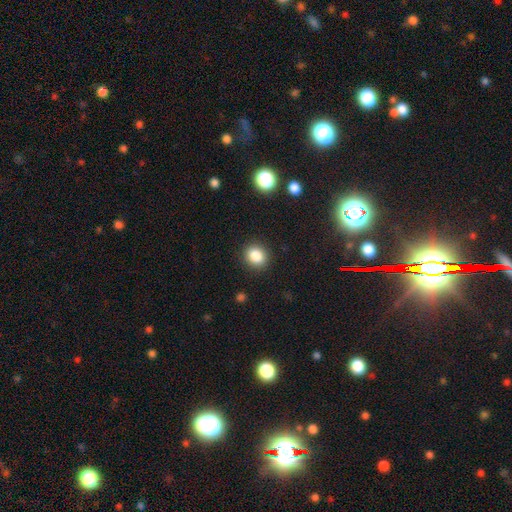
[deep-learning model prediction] smooth_or_featured: smooth (p=0.85) [alt: star or artifact p=0.10]
how_rounded: round (p=0.74) [alt: in between p=0.25]
merging: none (p=0.89) [alt: minor disturbance p=0.07]